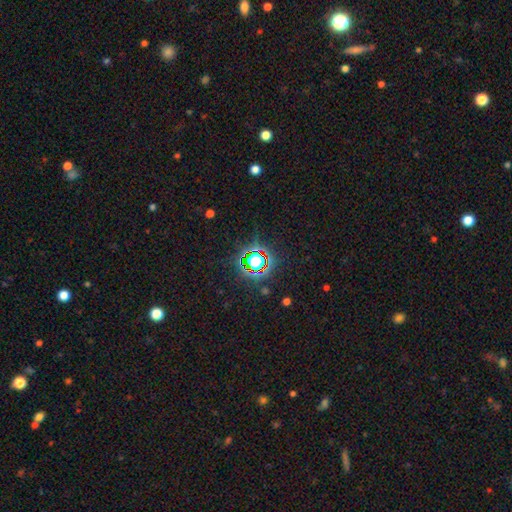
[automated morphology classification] Q: Smooth or featured?
A: star or artifact (70%); runner-up: smooth (19%)